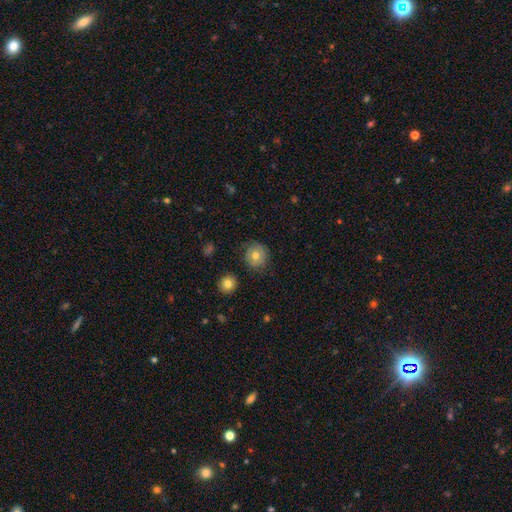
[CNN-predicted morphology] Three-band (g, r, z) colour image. It shows a smooth galaxy with no disk features (69%) that is round (89%). Merging: none (81%).